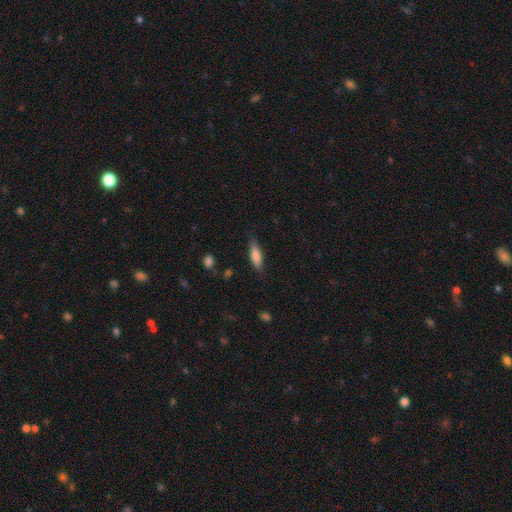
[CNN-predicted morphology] Smooth or featured: smooth — 78% (featured or disk — 15%)
How rounded: cigar-shaped — 50% (in between — 48%)
Merging: none — 81% (minor disturbance — 14%)